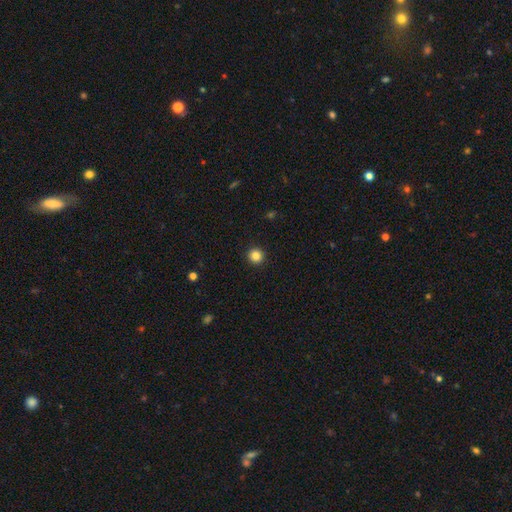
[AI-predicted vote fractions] smooth-or-featured: smooth: 85% | star or artifact: 11% | featured or disk: 4%
  how-rounded: round: 95% | in between: 4% | cigar-shaped: 1%
  merging: none: 93% | minor disturbance: 4% | major disturbance: 2% | merger: 1%